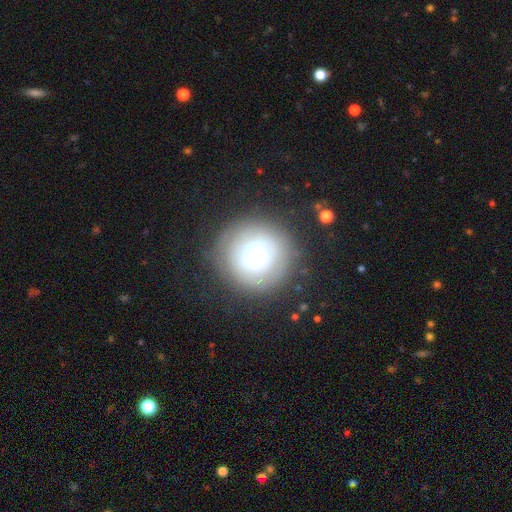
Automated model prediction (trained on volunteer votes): Smooth or featured?
  - smooth: 53% *
  - featured or disk: 35%
  - star or artifact: 12%
How rounded?
  - round: 94% *
  - in between: 5%
  - cigar-shaped: 1%
Merging?
  - none: 77% *
  - minor disturbance: 13%
  - major disturbance: 8%
  - merger: 2%